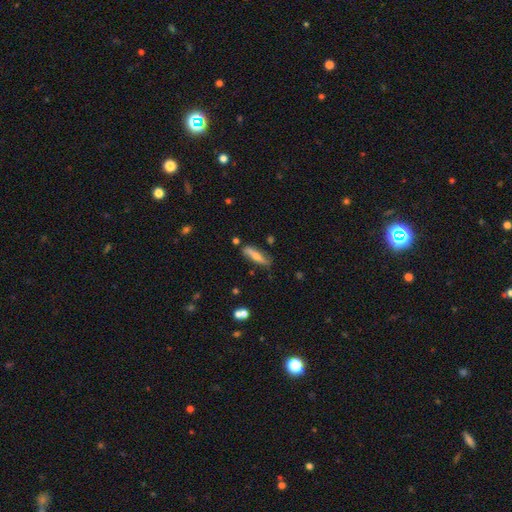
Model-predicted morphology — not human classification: This appears to be a smooth galaxy with no disk features (49%). Merging: none (74%).